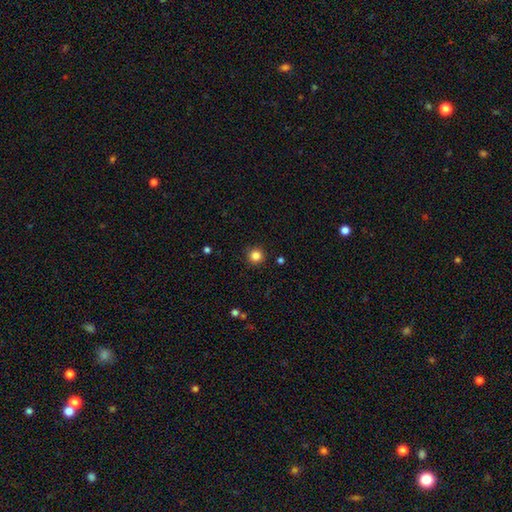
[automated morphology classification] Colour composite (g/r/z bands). It shows a smooth galaxy with no disk features (83%) that is round (95%). Merging: none (91%).